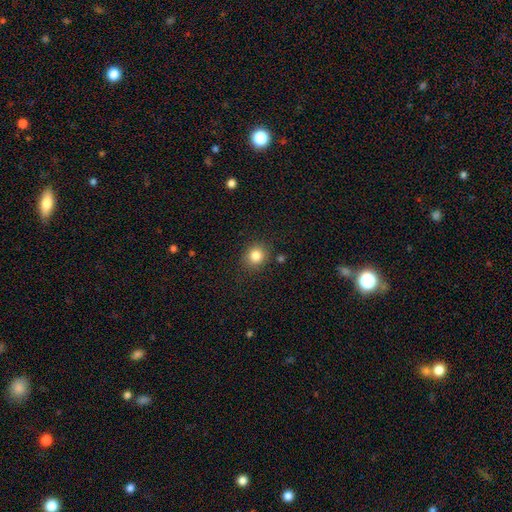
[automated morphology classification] smooth-or-featured: smooth: 83% | star or artifact: 11% | featured or disk: 6%
  how-rounded: round: 80% | in between: 19% | cigar-shaped: 1%
  merging: none: 85% | minor disturbance: 9% | major disturbance: 3% | merger: 3%